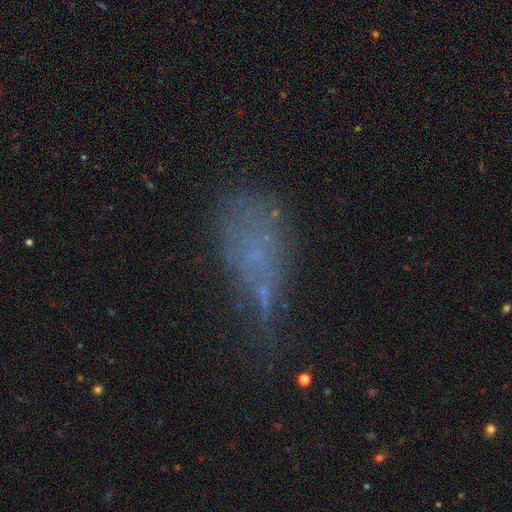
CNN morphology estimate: Smooth or featured? Predicted: smooth (p=0.43). Merging? Predicted: major disturbance (p=0.33).